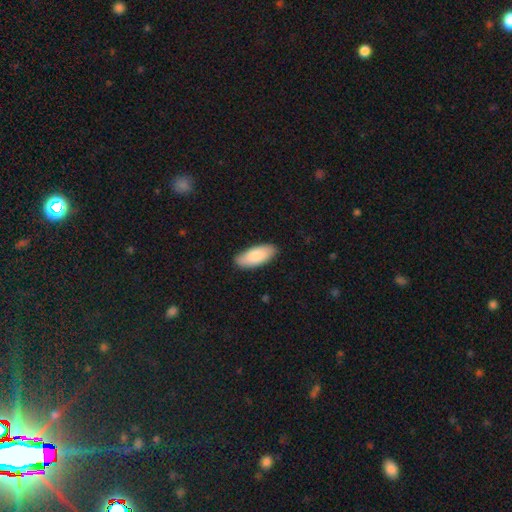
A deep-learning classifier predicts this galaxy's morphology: Smooth or featured: smooth — 87% (featured or disk — 8%)
How rounded: in between — 85% (cigar-shaped — 13%)
Merging: none — 86% (minor disturbance — 11%)